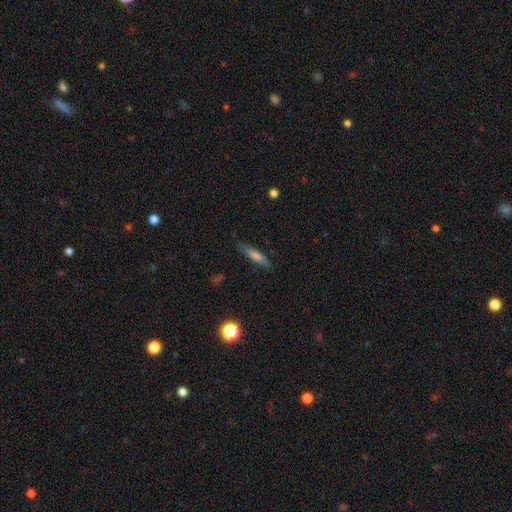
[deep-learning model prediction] smooth 59%, featured or disk 32%, star or artifact 9%. Down the decision tree: how rounded — cigar-shaped (85%); merging — none (84%).